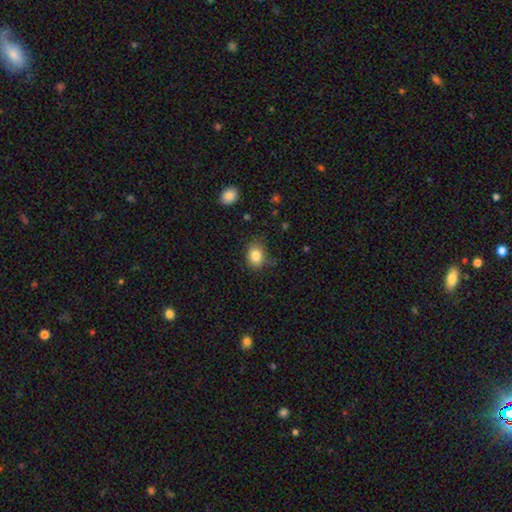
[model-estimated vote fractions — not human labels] A smooth galaxy with no disk features (84%) that is in between round and cigar-shaped (57%).

Vote fractions:
- Smooth or featured? smooth: 84% / star or artifact: 10% / featured or disk: 7%
- How rounded? in between: 57% / round: 42% / cigar-shaped: 1%
- Merging? none: 71% / minor disturbance: 22% / major disturbance: 5% / merger: 2%